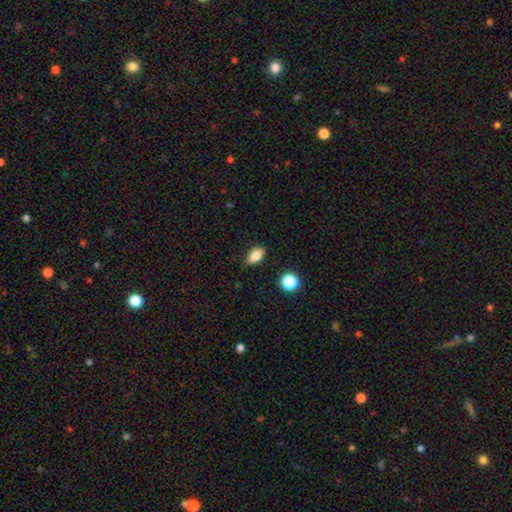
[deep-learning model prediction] A smooth galaxy with no disk features (83%) that is in between round and cigar-shaped (87%).

Vote fractions:
- Smooth or featured? smooth: 83% / star or artifact: 10% / featured or disk: 7%
- How rounded? in between: 87% / round: 9% / cigar-shaped: 4%
- Merging? none: 78% / minor disturbance: 17% / major disturbance: 3% / merger: 2%